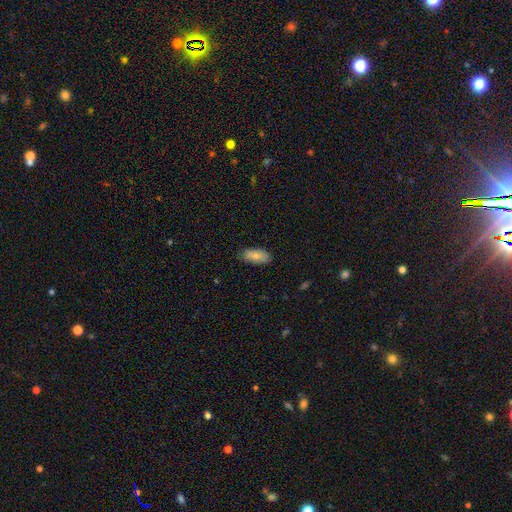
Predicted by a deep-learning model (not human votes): Smooth or featured: smooth — 83% (featured or disk — 11%)
How rounded: in between — 88% (cigar-shaped — 10%)
Merging: none — 85% (minor disturbance — 12%)